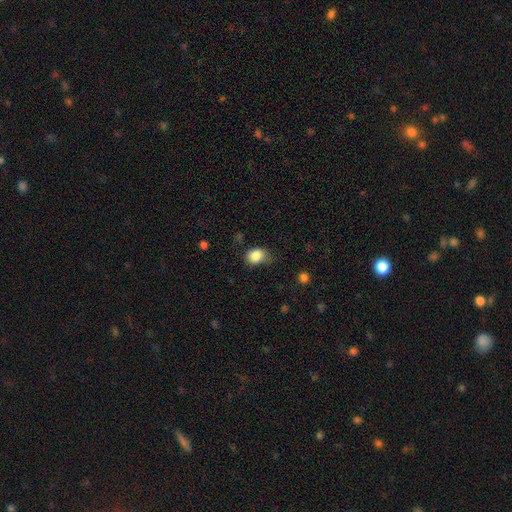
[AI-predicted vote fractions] Smooth or featured?
  - smooth: 85% *
  - star or artifact: 10%
  - featured or disk: 5%
How rounded?
  - in between: 52% *
  - round: 47%
  - cigar-shaped: 1%
Merging?
  - none: 53% *
  - minor disturbance: 35%
  - major disturbance: 10%
  - merger: 2%